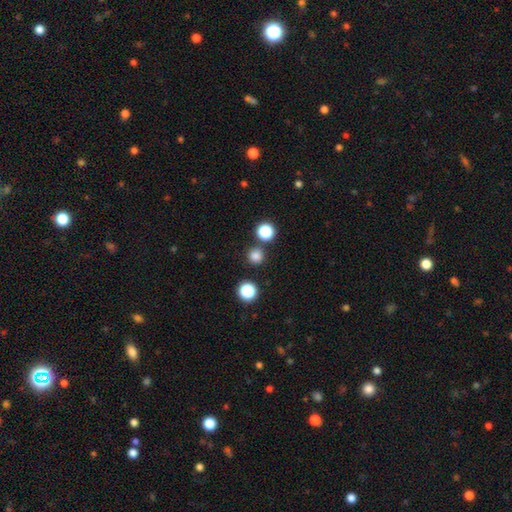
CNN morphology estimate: smooth-or-featured: smooth: 79% | star or artifact: 17% | featured or disk: 4%
  how-rounded: round: 95% | in between: 4% | cigar-shaped: 1%
  merging: none: 85% | merger: 7% | minor disturbance: 6% | major disturbance: 2%